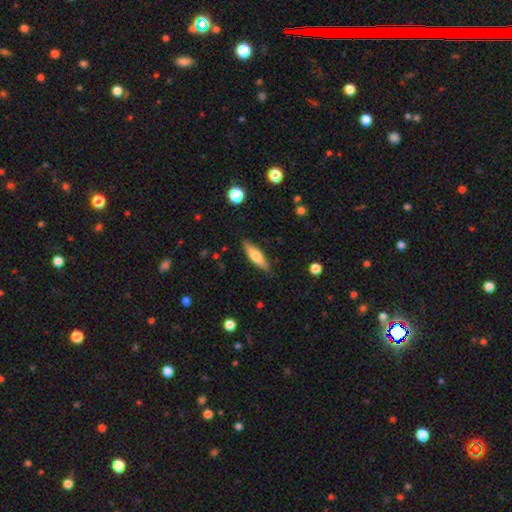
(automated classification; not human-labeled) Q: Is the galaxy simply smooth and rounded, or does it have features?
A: smooth — 58%.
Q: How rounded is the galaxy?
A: cigar-shaped — 63%.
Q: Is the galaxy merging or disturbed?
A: none — 85%.